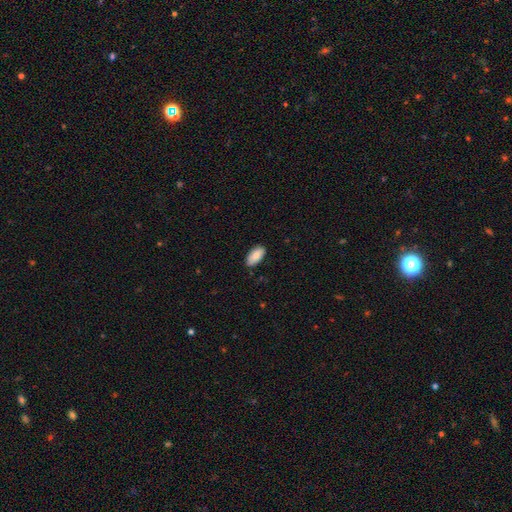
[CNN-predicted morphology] The model was most divided on "merging": none: 85%, minor disturbance: 12%, major disturbance: 2%, merger: 1%. More confident: how rounded — in between (92%); smooth or featured — smooth (87%).